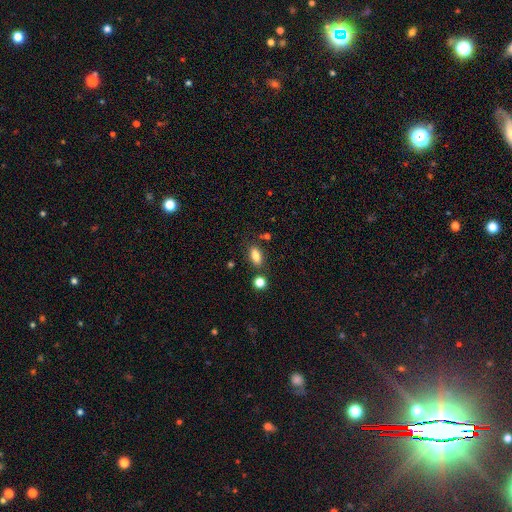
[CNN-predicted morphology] This appears to be a smooth galaxy with no disk features (83%) that is in between round and cigar-shaped (83%). Merging: none (77%).